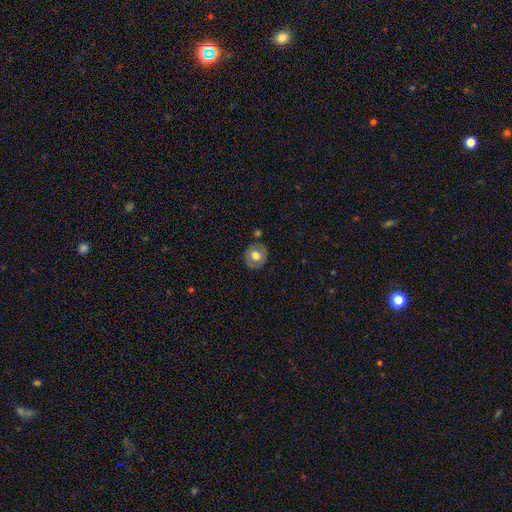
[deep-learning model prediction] This is possibly a smooth galaxy (59%). How rounded: clearly round (82%). Merging: clearly none (80%).